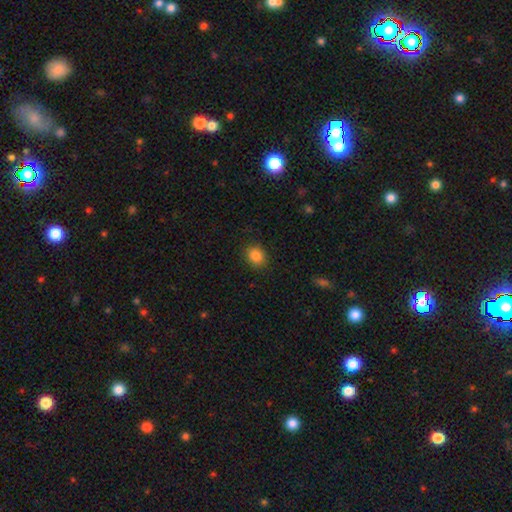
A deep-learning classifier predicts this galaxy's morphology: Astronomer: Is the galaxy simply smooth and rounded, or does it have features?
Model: smooth — 85%.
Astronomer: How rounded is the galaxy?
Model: round — 60% (runner-up: in between, 39%).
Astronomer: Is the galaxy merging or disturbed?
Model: none — 88%.